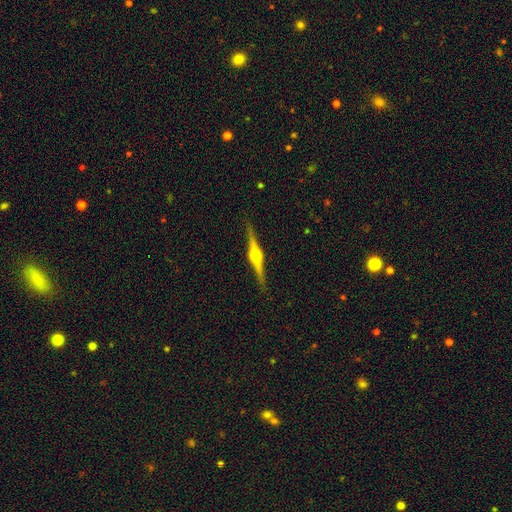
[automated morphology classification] The model was most divided on "smooth or featured": featured or disk: 84%, smooth: 10%, star or artifact: 6%. More confident: edge-on disk — yes (98%); edge-on bulge — rounded (93%); merging — none (91%).